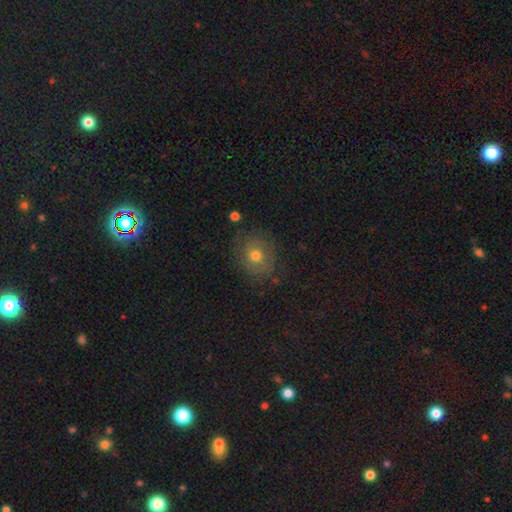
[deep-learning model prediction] This appears to be a smooth galaxy with no disk features (50%) that is round (77%). Merging: none (74%).